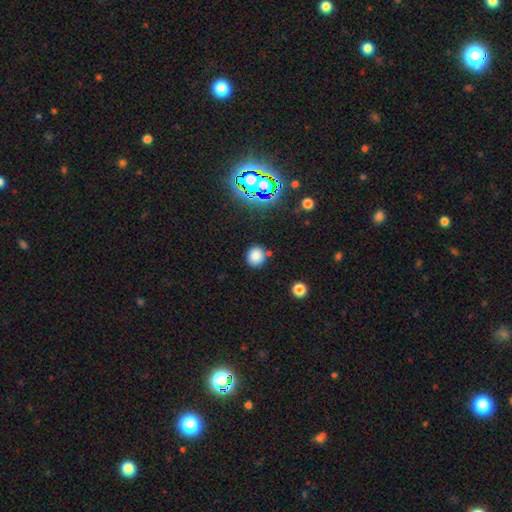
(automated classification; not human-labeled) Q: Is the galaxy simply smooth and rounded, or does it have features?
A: smooth — 79%.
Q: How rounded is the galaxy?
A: round — 84%.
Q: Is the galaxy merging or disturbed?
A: none — 82%.